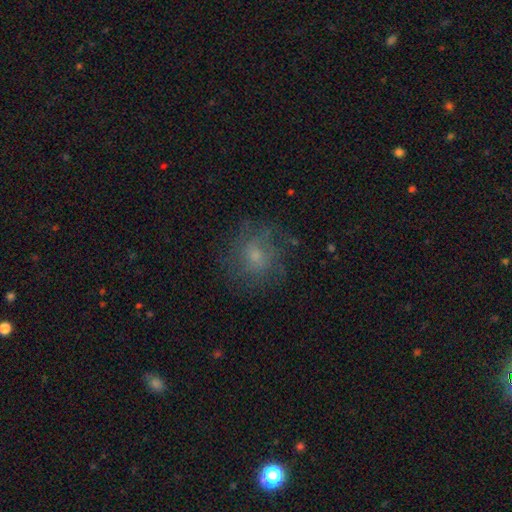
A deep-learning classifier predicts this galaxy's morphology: A smooth galaxy with no disk features (47%).

Vote fractions:
- Smooth or featured? smooth: 47% / featured or disk: 38% / star or artifact: 15%
- Merging? none: 71% / minor disturbance: 17% / major disturbance: 11% / merger: 1%